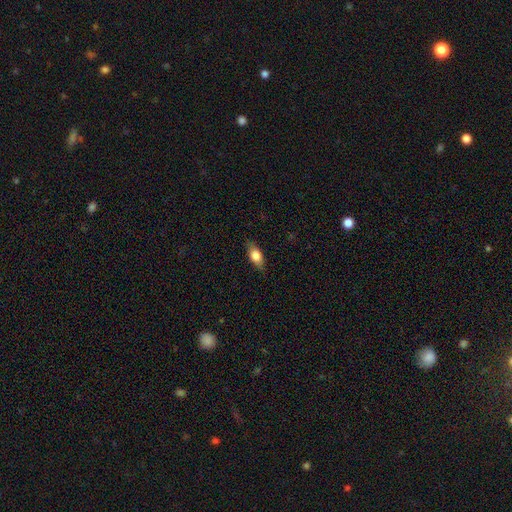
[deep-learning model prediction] smooth_or_featured: smooth (p=0.69) [alt: featured or disk p=0.24]
how_rounded: in between (p=0.79) [alt: cigar-shaped p=0.16]
merging: none (p=0.84) [alt: minor disturbance p=0.13]